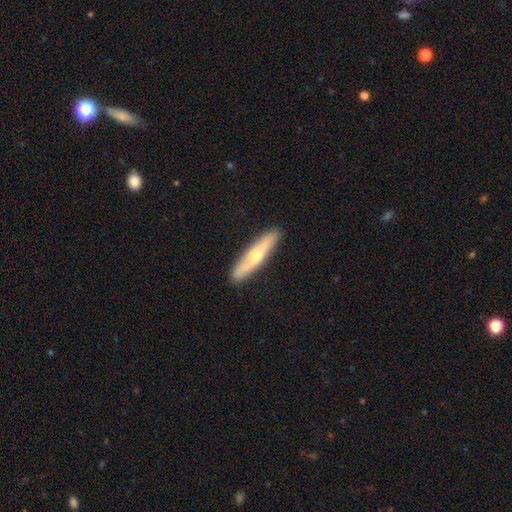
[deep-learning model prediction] smooth-or-featured: smooth: 49% | featured or disk: 45% | star or artifact: 6%
  merging: none: 90% | minor disturbance: 7% | major disturbance: 1% | merger: 1%